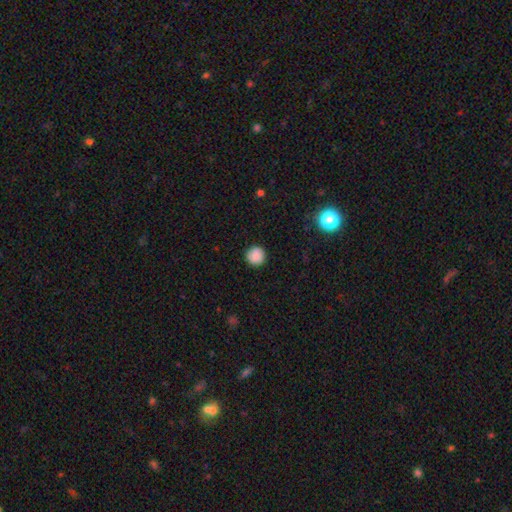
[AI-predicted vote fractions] Smooth or featured?
  - smooth: 86% *
  - star or artifact: 9%
  - featured or disk: 4%
How rounded?
  - round: 95% *
  - in between: 4%
  - cigar-shaped: 1%
Merging?
  - none: 89% *
  - minor disturbance: 8%
  - major disturbance: 2%
  - merger: 1%